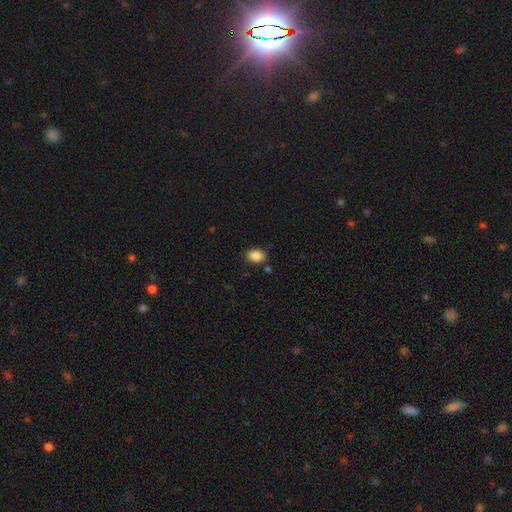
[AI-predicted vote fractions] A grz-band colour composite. It shows a smooth galaxy with no disk features (88%) that is in between round and cigar-shaped (77%). Merging: none (82%).